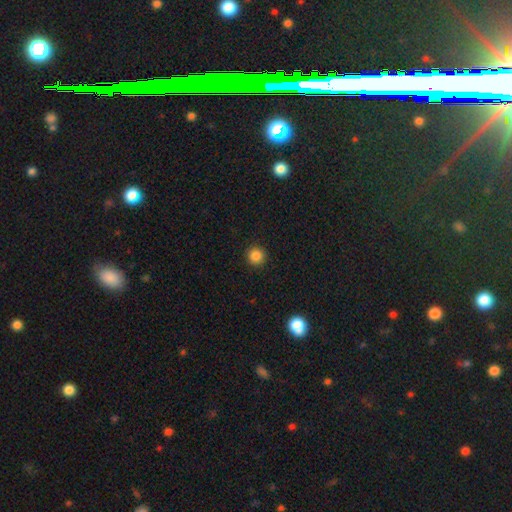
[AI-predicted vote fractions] This is clearly a smooth galaxy (86%). How rounded: clearly round (95%). Merging: clearly none (93%).